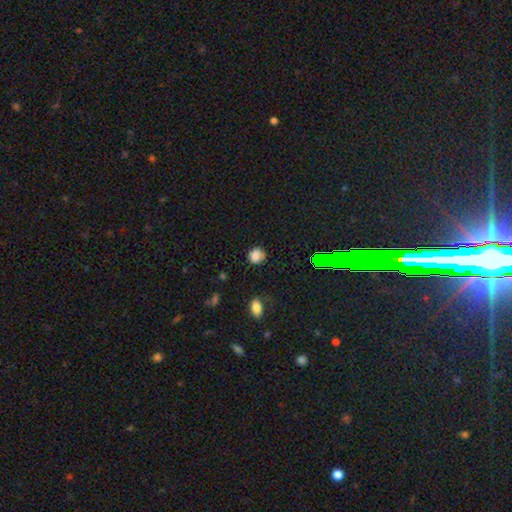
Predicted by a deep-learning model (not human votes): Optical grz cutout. It shows a smooth galaxy with no disk features (82%) that is round (79%). Merging: none (74%).